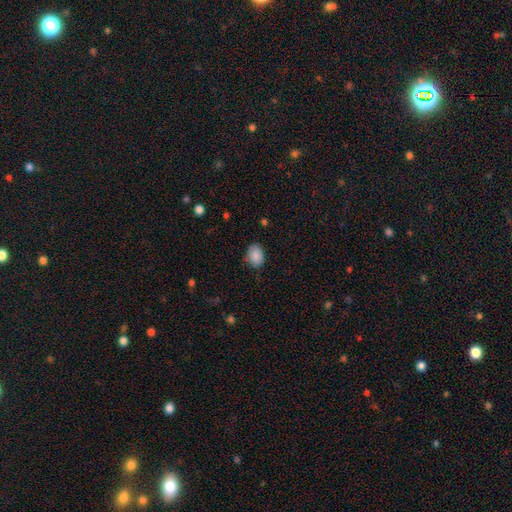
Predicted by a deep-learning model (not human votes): A smooth galaxy with no disk features (86%) that is in between round and cigar-shaped (62%). Merging: none (73%).